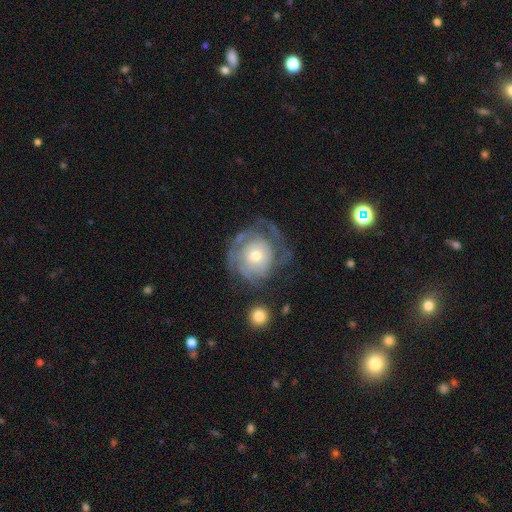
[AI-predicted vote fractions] This appears to be a featured or disk galaxy (72%) with no bar (84%), tight (67%) spiral arms (78%) and a moderate central bulge (49%). Merging: none (53%).